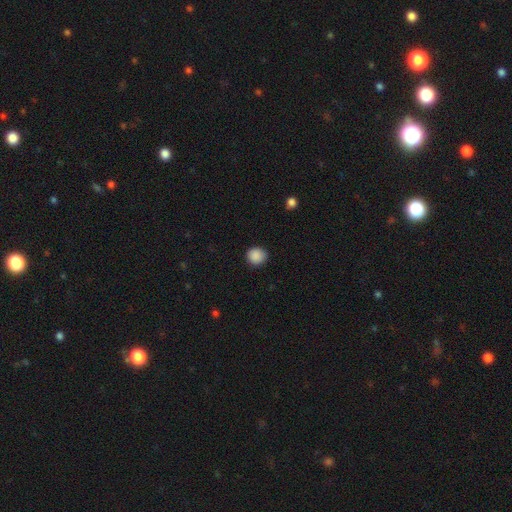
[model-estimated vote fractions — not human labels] The model was most divided on "how rounded": round: 88%, in between: 11%, cigar-shaped: 1%. More confident: smooth or featured — smooth (89%); merging — none (88%).